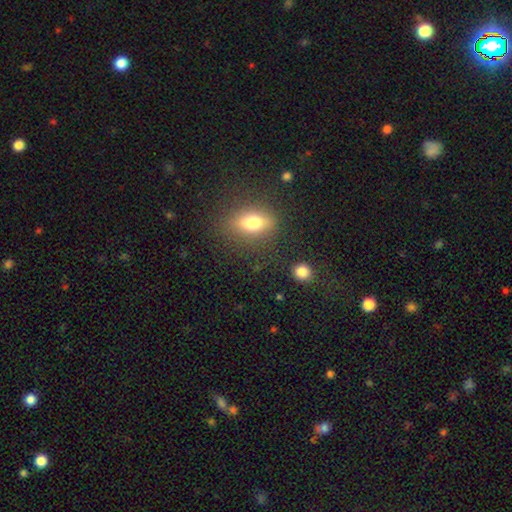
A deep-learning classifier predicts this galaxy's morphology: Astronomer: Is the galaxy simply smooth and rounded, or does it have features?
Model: smooth — 66%.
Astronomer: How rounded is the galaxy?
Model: in between — 64%.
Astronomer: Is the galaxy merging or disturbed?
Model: none — 86%.